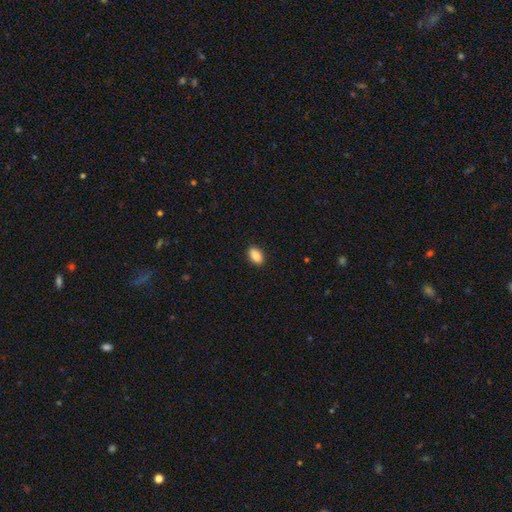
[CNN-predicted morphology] type=smooth (88%); roundness=in between (91%); merging=none (90%).